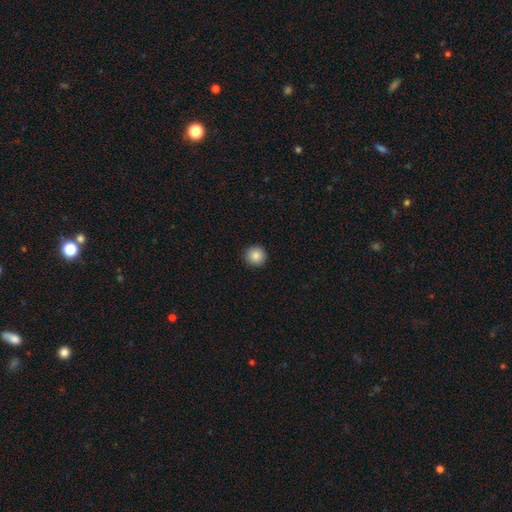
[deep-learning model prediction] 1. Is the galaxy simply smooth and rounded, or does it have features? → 87% smooth, 9% star or artifact, 4% featured or disk.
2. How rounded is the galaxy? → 95% round, 4% in between, 1% cigar-shaped.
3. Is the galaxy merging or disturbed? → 93% none, 5% minor disturbance, 1% major disturbance, 1% merger.